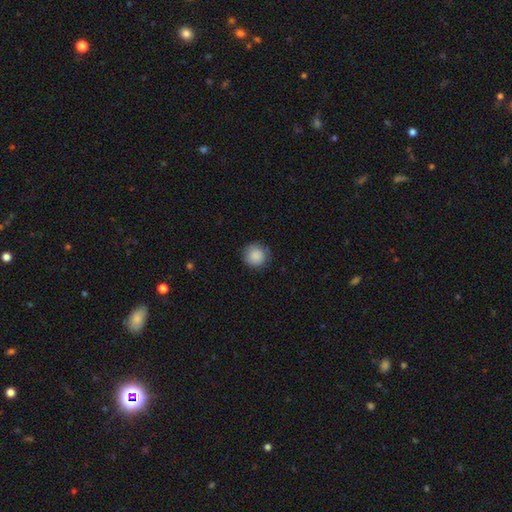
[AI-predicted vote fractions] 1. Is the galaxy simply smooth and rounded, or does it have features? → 88% smooth, 7% star or artifact, 5% featured or disk.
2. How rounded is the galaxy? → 94% round, 5% in between, 1% cigar-shaped.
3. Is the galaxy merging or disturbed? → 84% none, 11% minor disturbance, 3% major disturbance, 1% merger.